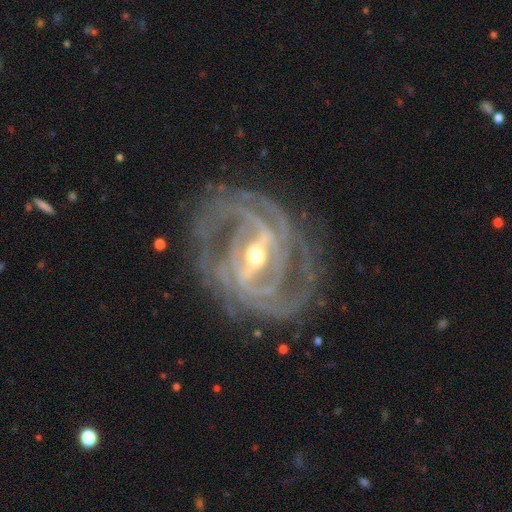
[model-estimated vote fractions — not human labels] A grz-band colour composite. It shows a featured or disk galaxy (93%) with a strong bar (72%), 2 (31%) tight (61%) spiral arms (96%) and a moderate central bulge (50%). Merging: none (74%).